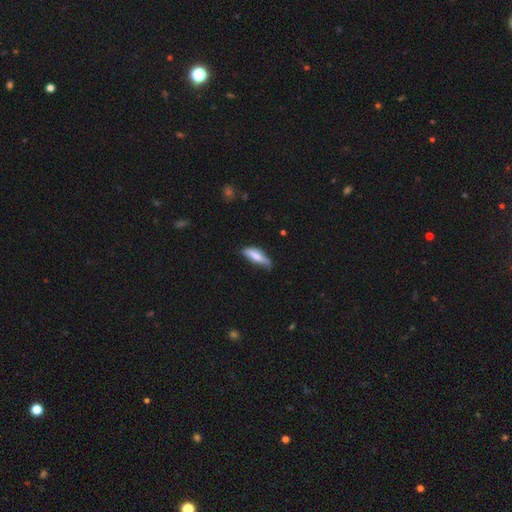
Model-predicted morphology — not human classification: smooth_or_featured: smooth (p=0.73) [alt: featured or disk p=0.21]
how_rounded: cigar-shaped (p=0.53) [alt: in between p=0.46]
merging: none (p=0.49) [alt: minor disturbance p=0.38]